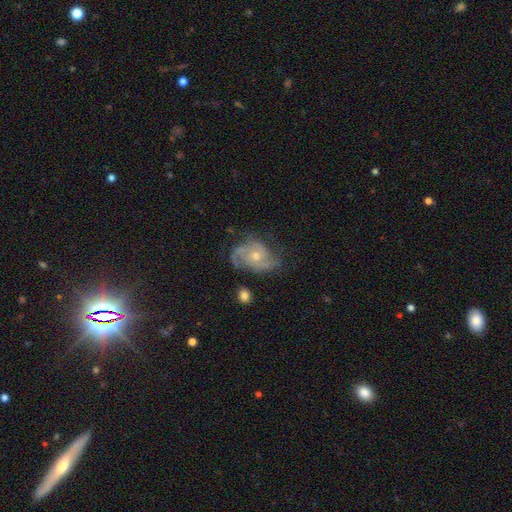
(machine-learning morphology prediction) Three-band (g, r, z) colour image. It shows a featured or disk galaxy (83%) with no bar (75%), 3 (39%) medium (44%) spiral arms (95%) and a moderate central bulge (50%). Merging: none (64%).